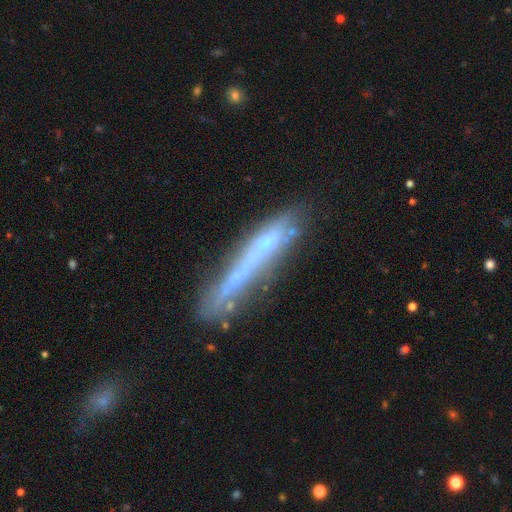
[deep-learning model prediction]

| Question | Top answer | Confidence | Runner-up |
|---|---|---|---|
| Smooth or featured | featured or disk | 53% | smooth (37%) |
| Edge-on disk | yes | 76% | no (24%) |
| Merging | none | 55% | minor disturbance (24%) |